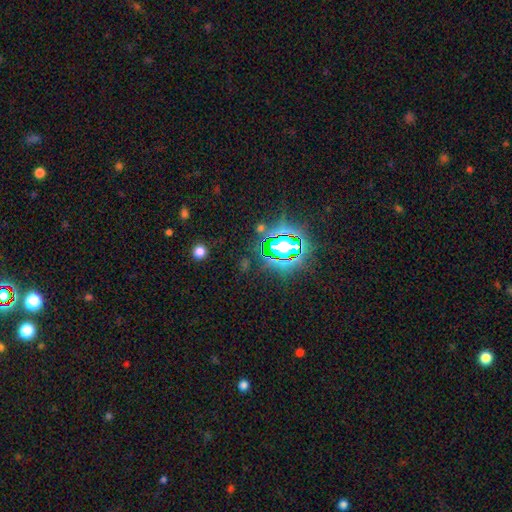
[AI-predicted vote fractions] Smooth or featured? Predicted: star or artifact (p=0.82).